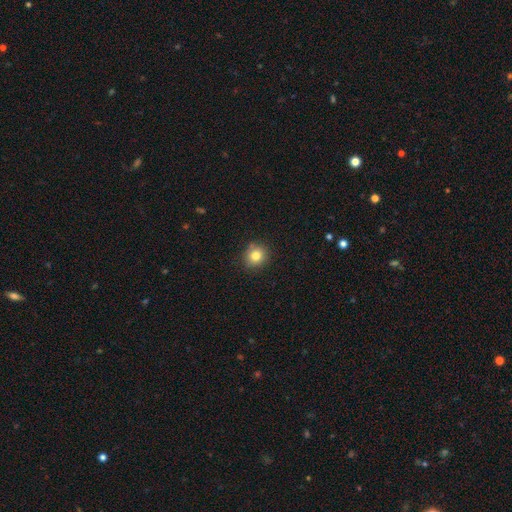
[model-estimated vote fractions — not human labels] Overall: smooth (81%). How rounded: round (85%). Merging: none (84%).